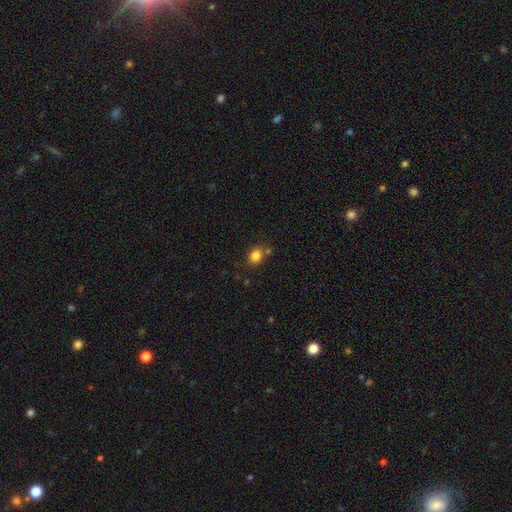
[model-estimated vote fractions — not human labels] Smooth or featured? Predicted: smooth (p=0.83). How rounded? Predicted: round (p=0.62). Merging? Predicted: none (p=0.71).